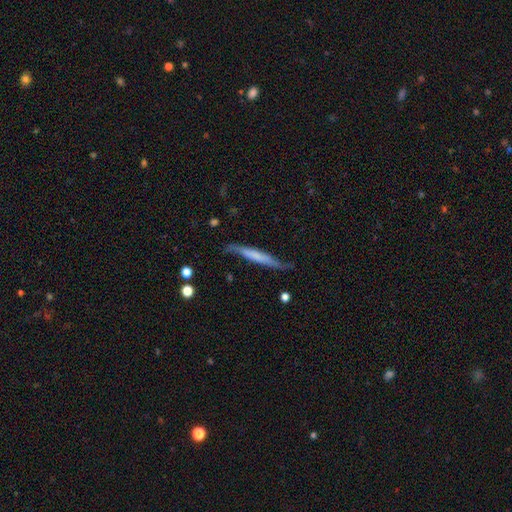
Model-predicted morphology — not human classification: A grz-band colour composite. It shows a featured or disk galaxy (53%) viewed edge-on (77%). Merging: none (62%).